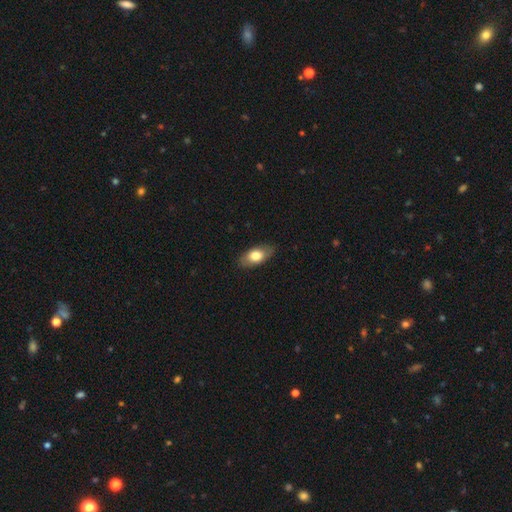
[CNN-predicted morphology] type=smooth (73%); roundness=in between (86%); merging=none (82%).